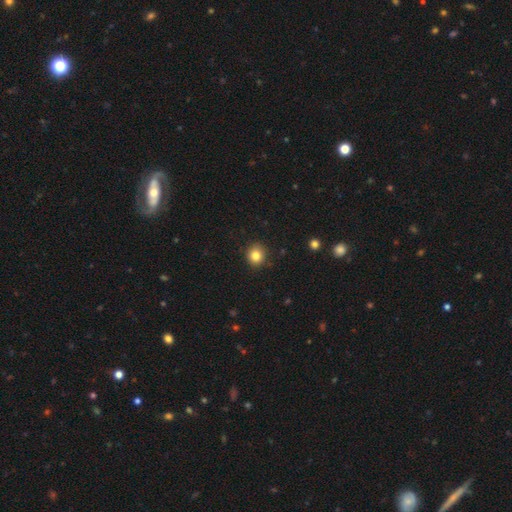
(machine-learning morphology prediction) Smooth or featured: smooth — 83% (star or artifact — 11%)
How rounded: round — 84% (in between — 15%)
Merging: none — 90% (minor disturbance — 7%)